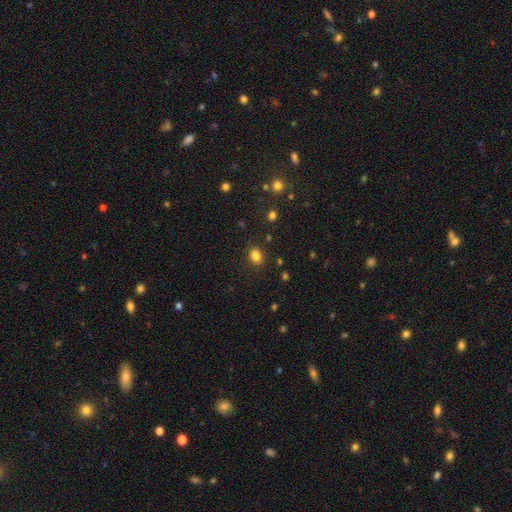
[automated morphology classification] A smooth galaxy with no disk features (83%) that is in between round and cigar-shaped (64%).

Vote fractions:
- Smooth or featured? smooth: 83% / star or artifact: 12% / featured or disk: 5%
- How rounded? in between: 64% / round: 35% / cigar-shaped: 1%
- Merging? none: 85% / minor disturbance: 10% / major disturbance: 3% / merger: 2%